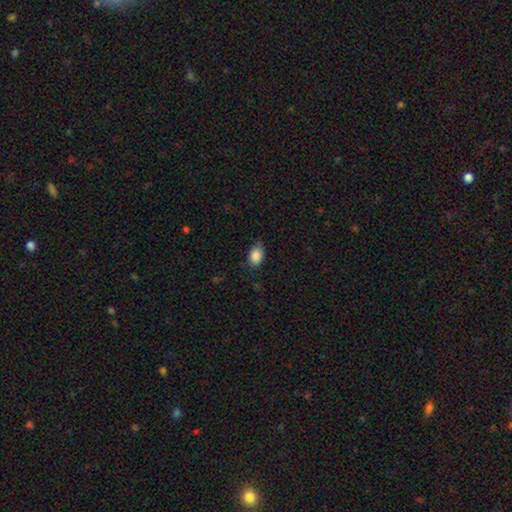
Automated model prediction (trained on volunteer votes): Smooth or featured: smooth — 88% (star or artifact — 8%)
How rounded: in between — 83% (round — 15%)
Merging: none — 73% (minor disturbance — 22%)